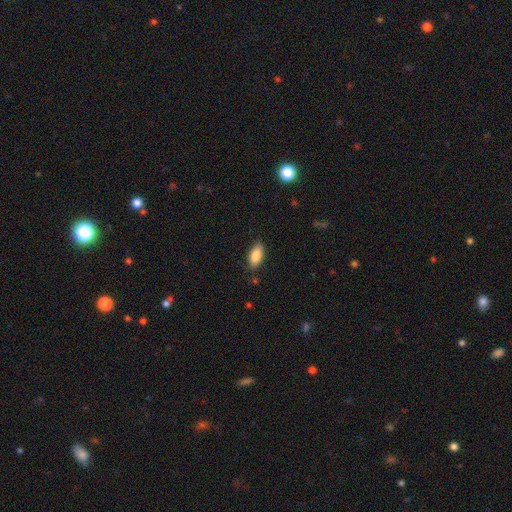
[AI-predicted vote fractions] Overall: smooth (86%). How rounded: in between (89%). Merging: none (84%).